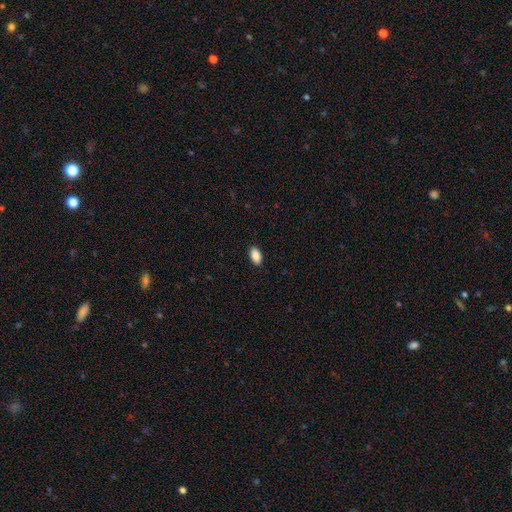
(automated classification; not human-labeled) A smooth galaxy with no disk features (89%) that is in between round and cigar-shaped (94%). Merging: none (89%).